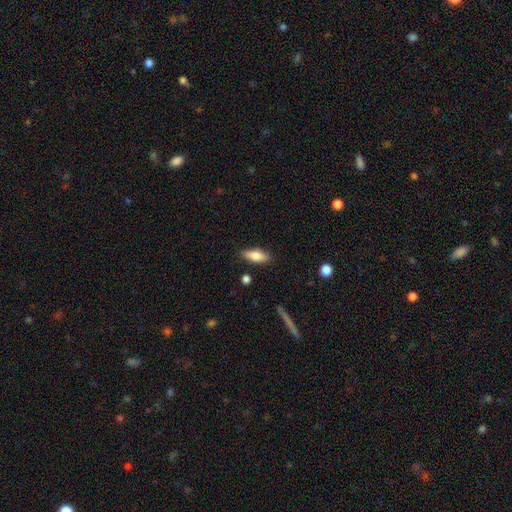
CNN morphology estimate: Smooth or featured: smooth — 75% (featured or disk — 18%)
How rounded: in between — 65% (cigar-shaped — 32%)
Merging: none — 85% (minor disturbance — 11%)